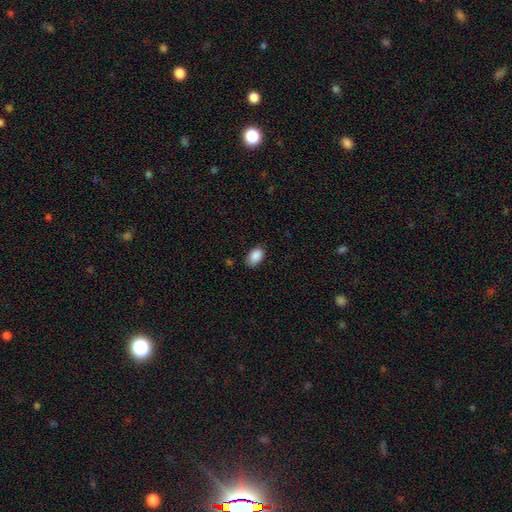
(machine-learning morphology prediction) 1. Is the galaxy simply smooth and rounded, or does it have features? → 89% smooth, 7% star or artifact, 4% featured or disk.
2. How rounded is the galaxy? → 88% in between, 11% round, 1% cigar-shaped.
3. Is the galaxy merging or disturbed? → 81% none, 15% minor disturbance, 3% major disturbance, 1% merger.